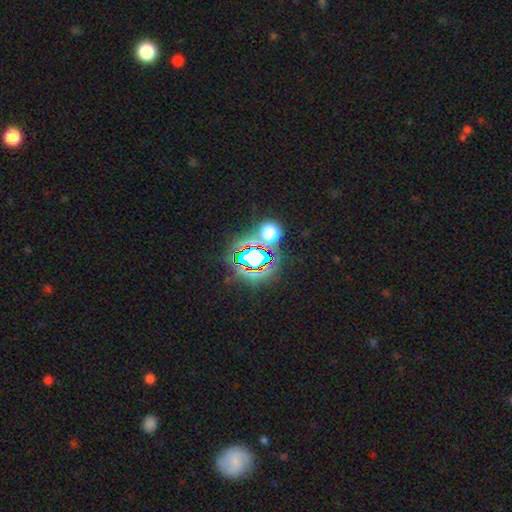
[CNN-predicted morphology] This appears to be a star or artifact, not a galaxy (76%).